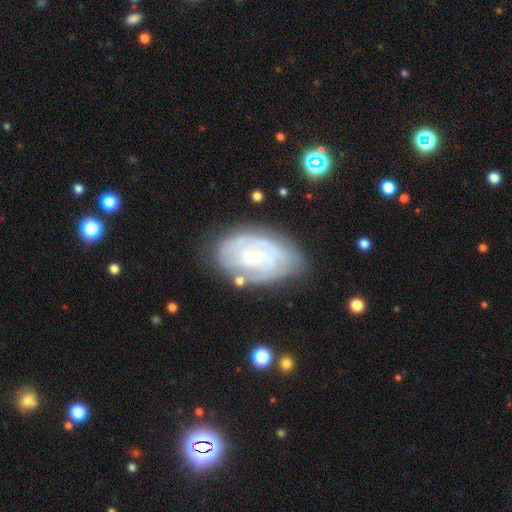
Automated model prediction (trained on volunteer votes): Overall: featured or disk (79%). Edge-on disk: no (96%). Bar: no (65%; weak 29%). Spiral arms: yes (89%). Spiral arm count: can't tell (42%; 2 30%). Spiral winding: tight (70%). Bulge size: small (73%). Merging: none (68%).